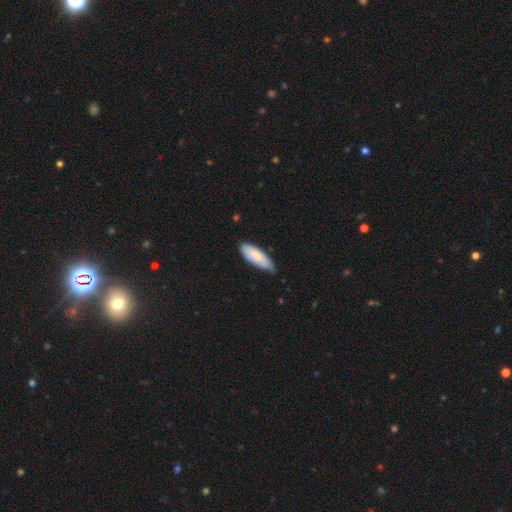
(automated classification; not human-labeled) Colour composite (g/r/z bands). It shows a smooth galaxy with no disk features (81%) that is in between round and cigar-shaped (65%). Merging: none (69%).